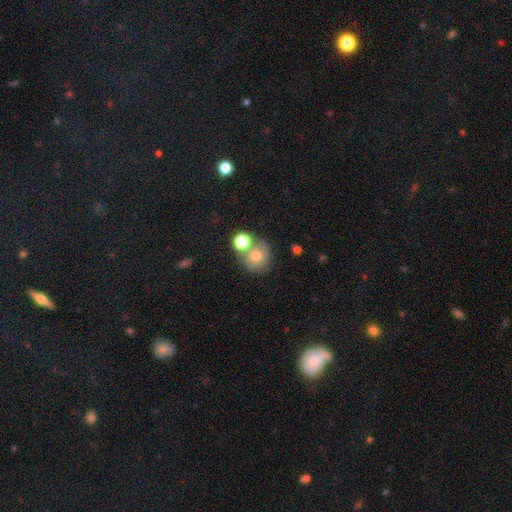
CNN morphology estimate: Smooth or featured? smooth (64%)
How rounded? round (85%)
Merging? none (52%)